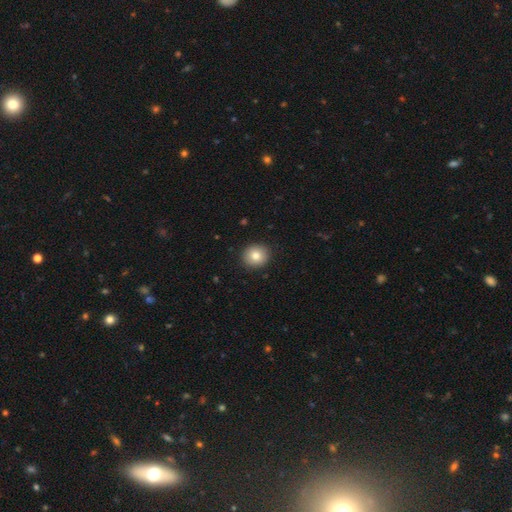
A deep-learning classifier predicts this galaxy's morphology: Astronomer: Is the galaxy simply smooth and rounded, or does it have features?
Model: smooth — 81%.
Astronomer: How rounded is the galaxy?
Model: round — 89%.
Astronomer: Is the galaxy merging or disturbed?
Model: none — 91%.